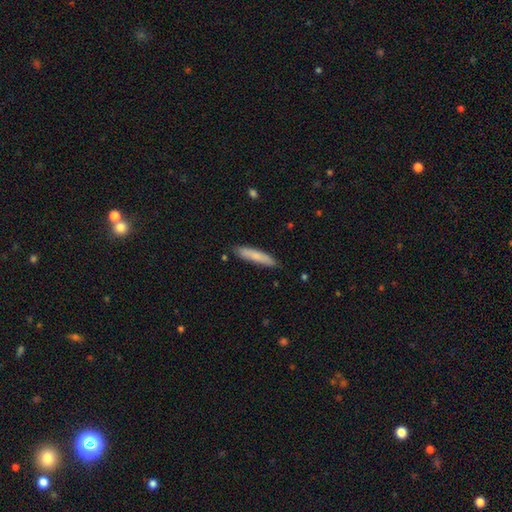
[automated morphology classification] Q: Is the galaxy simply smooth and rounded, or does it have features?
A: smooth — 78%.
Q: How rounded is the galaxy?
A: cigar-shaped — 87%.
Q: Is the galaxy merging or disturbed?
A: none — 85%.